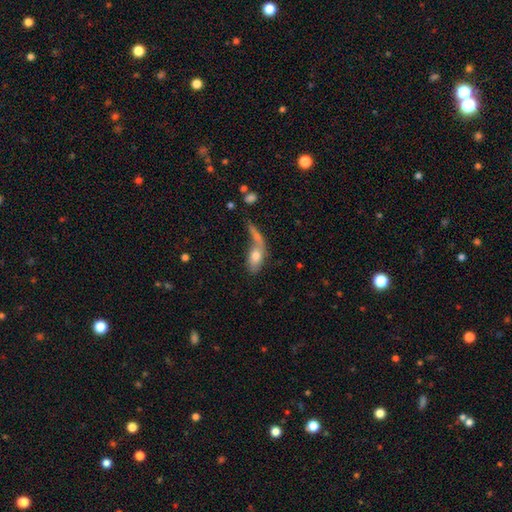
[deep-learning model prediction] This is likely a smooth galaxy (68%). How rounded: clearly in between (84%). Merging: possibly merger (48%).